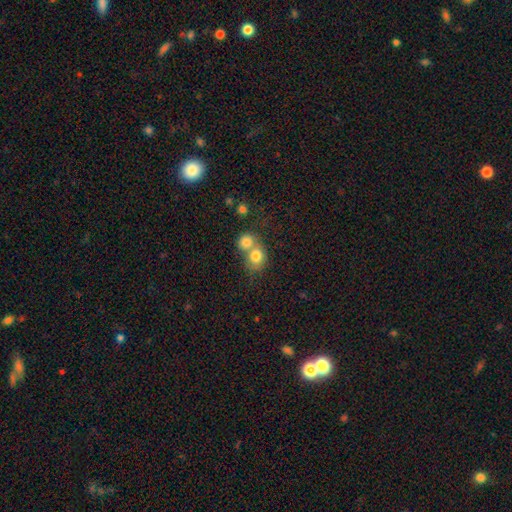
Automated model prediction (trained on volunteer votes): This appears to be a smooth galaxy with no disk features (78%) that is round (67%). Merging: merger (59%).